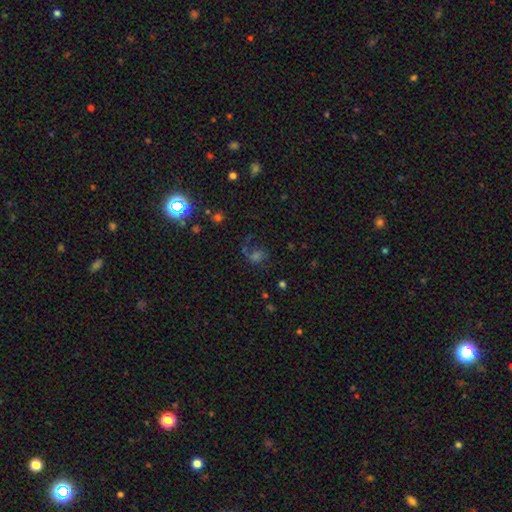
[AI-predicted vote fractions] Overall: star or artifact (38%; featured or disk 33%).